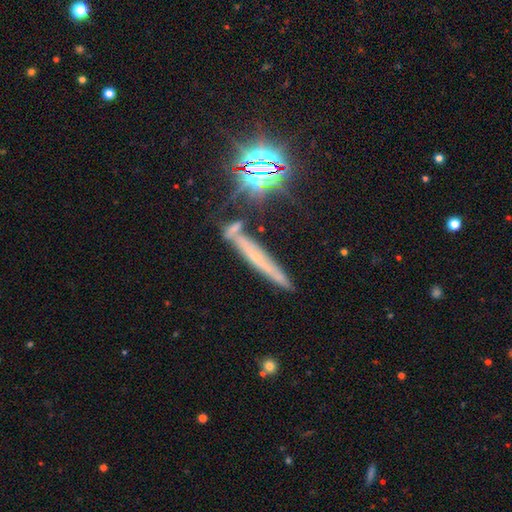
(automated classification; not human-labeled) Overall: featured or disk (36%; star or artifact 32%). Merging: none (71%).